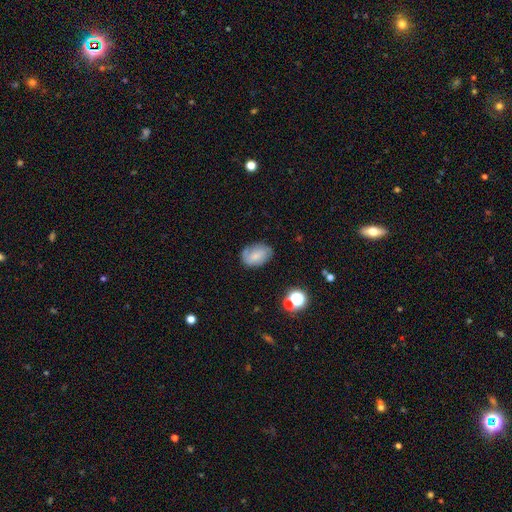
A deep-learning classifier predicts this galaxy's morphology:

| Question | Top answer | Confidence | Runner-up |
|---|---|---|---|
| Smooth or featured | smooth | 62% | featured or disk (28%) |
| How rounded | in between | 83% | round (16%) |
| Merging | none | 66% | minor disturbance (24%) |